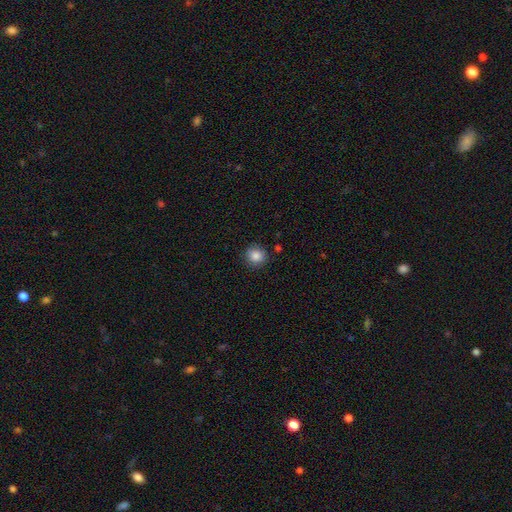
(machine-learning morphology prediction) Smooth or featured: smooth — 86% (star or artifact — 10%)
How rounded: round — 89% (in between — 11%)
Merging: none — 87% (minor disturbance — 8%)